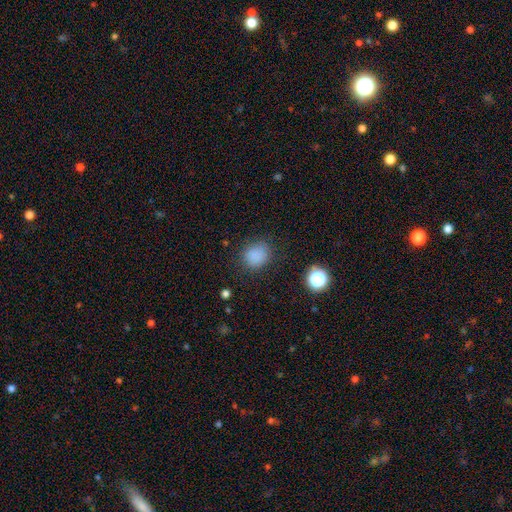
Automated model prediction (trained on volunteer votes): The model was most divided on "how rounded": round: 70%, in between: 29%, cigar-shaped: 1%. More confident: smooth or featured — smooth (82%); merging — none (79%).